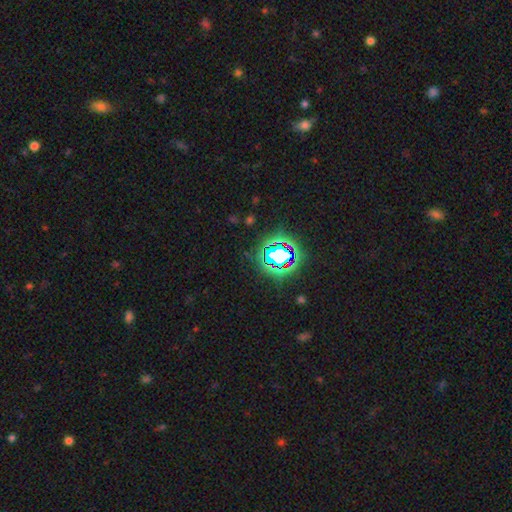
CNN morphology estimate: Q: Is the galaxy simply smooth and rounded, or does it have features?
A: star or artifact — 77%.